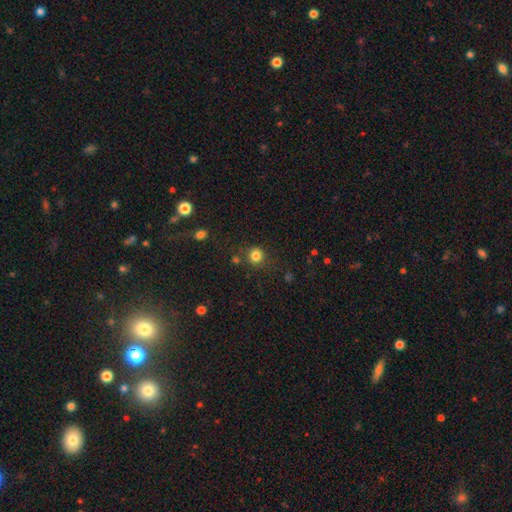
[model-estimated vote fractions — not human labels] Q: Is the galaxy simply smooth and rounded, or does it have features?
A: smooth — 82%.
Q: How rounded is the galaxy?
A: round — 91%.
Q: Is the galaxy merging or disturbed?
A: none — 81%.